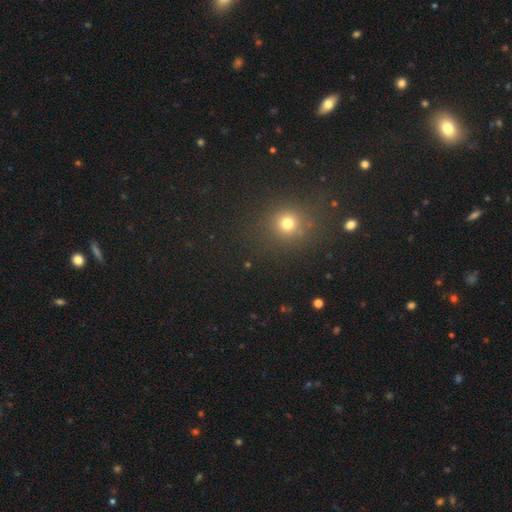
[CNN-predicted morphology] A smooth galaxy with no disk features (53%) that is round (85%). Merging: none (89%).